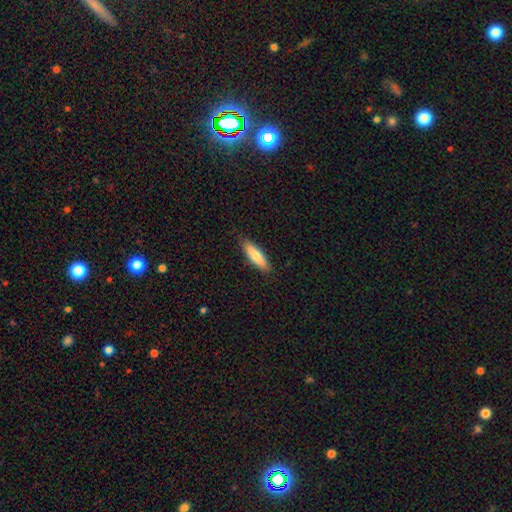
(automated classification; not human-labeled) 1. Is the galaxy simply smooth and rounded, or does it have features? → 74% smooth, 20% featured or disk, 6% star or artifact.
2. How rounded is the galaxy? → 60% cigar-shaped, 38% in between, 2% round.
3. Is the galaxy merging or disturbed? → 87% none, 10% minor disturbance, 2% major disturbance, 1% merger.